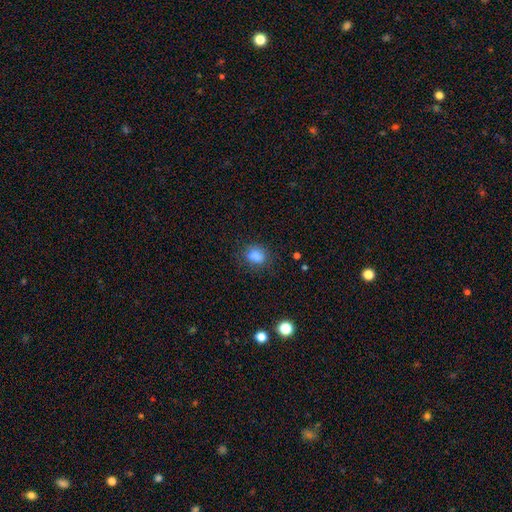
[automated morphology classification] A smooth galaxy with no disk features (82%) that is in between round and cigar-shaped (54%). Merging: none (75%).